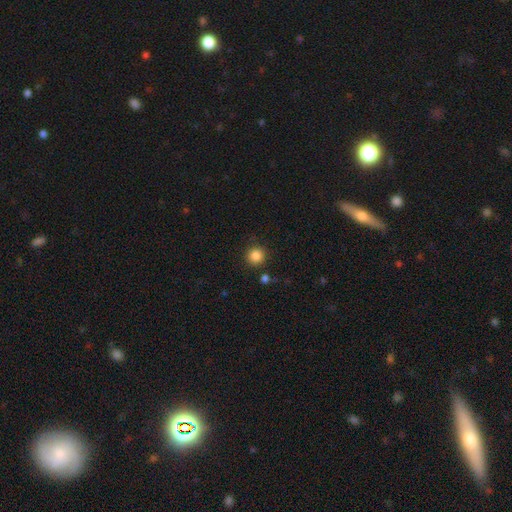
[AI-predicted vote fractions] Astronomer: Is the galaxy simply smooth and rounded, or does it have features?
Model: smooth — 86%.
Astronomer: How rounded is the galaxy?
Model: round — 94%.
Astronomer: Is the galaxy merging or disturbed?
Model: none — 88%.